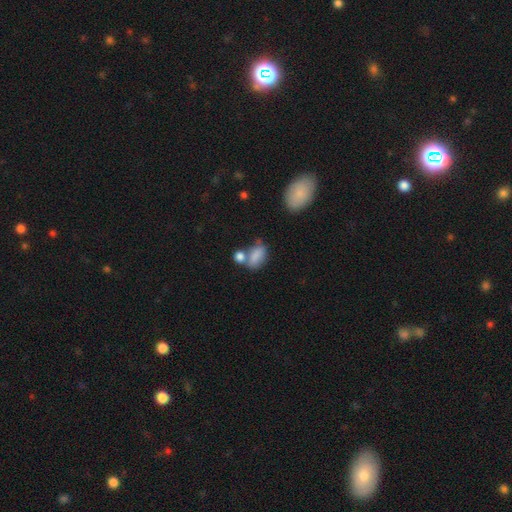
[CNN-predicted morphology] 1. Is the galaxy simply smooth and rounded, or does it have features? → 81% smooth, 11% featured or disk, 9% star or artifact.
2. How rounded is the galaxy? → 86% in between, 11% round, 3% cigar-shaped.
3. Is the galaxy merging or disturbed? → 39% merger, 35% none, 17% minor disturbance, 9% major disturbance.